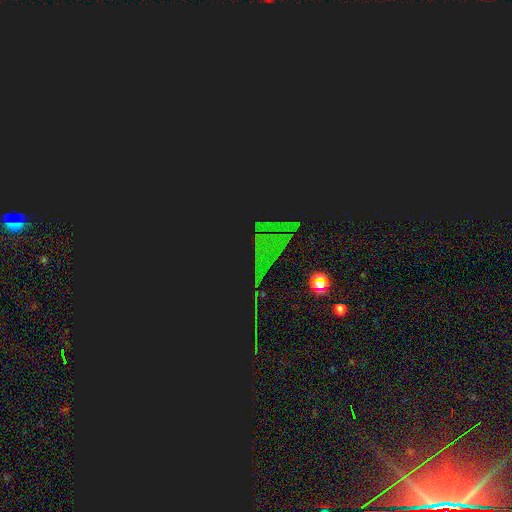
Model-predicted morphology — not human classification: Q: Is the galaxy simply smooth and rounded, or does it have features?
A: star or artifact — 82%.